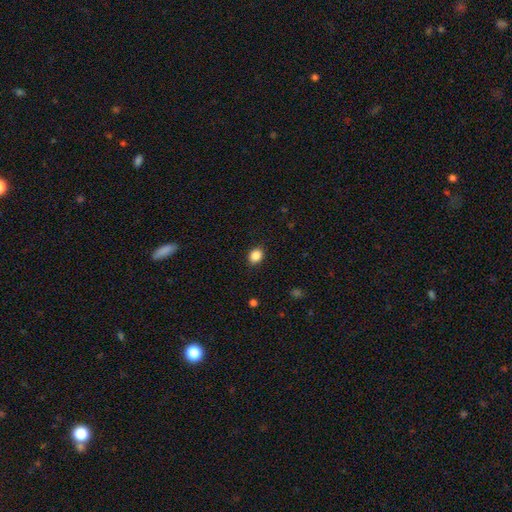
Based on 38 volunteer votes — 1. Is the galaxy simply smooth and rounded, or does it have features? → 82% smooth, 11% featured or disk, 8% star or artifact.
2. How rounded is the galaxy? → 58% in between, 42% round, 0% cigar-shaped.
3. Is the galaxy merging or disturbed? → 86% none, 9% minor disturbance, 6% major disturbance, 0% merger.